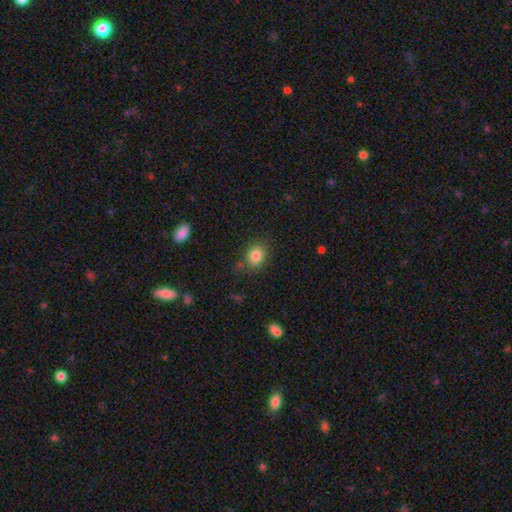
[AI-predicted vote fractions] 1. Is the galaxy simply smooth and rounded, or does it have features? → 83% smooth, 11% star or artifact, 7% featured or disk.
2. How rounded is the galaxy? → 53% round, 46% in between, 1% cigar-shaped.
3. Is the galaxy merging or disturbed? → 78% none, 14% minor disturbance, 4% major disturbance, 4% merger.